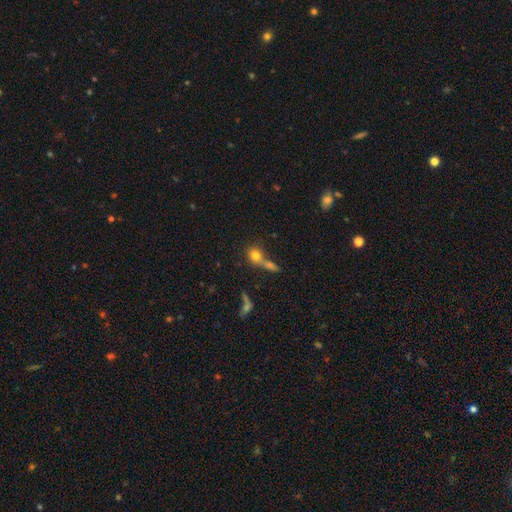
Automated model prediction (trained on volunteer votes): smooth-or-featured: smooth: 73% | featured or disk: 14% | star or artifact: 13%
  how-rounded: round: 72% | in between: 23% | cigar-shaped: 5%
  merging: merger: 42% | none: 40% | minor disturbance: 10% | major disturbance: 8%